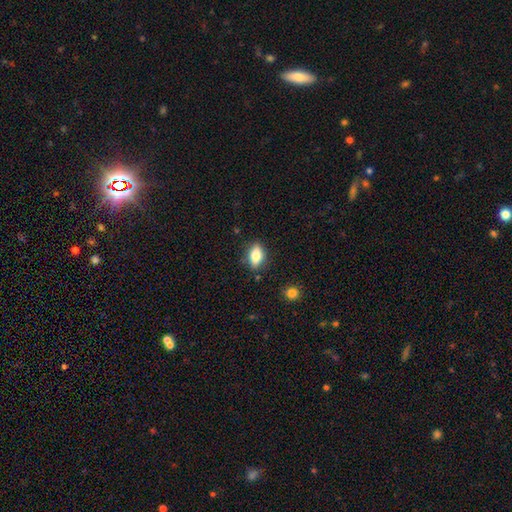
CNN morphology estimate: Smooth or featured? smooth (74%)
How rounded? in between (82%)
Merging? none (81%)